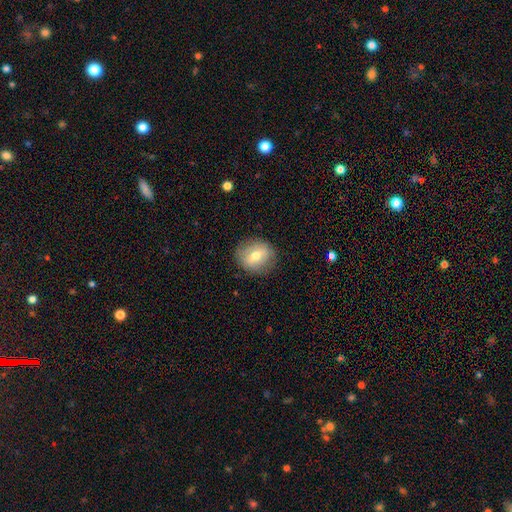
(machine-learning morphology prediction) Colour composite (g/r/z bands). It shows a smooth galaxy with no disk features (59%) that is round (75%). Merging: none (85%).